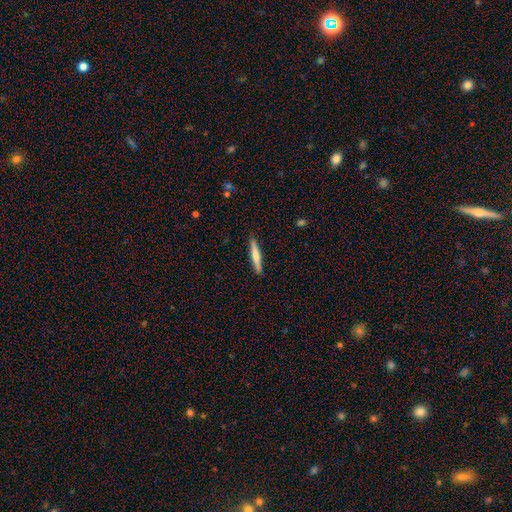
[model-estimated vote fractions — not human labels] A smooth galaxy with no disk features (61%) that is cigar-shaped (94%). Merging: none (91%).